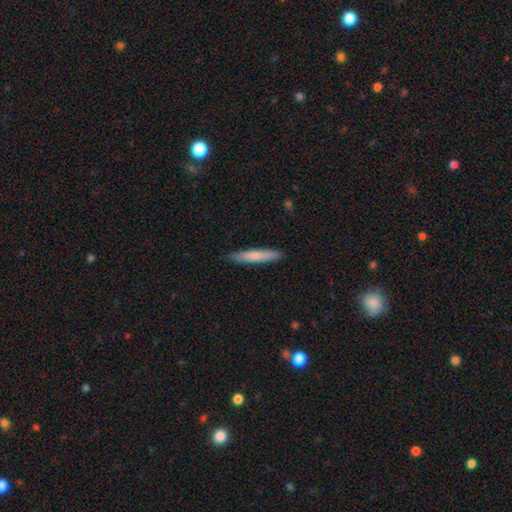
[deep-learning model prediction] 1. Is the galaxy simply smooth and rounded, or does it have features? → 75% smooth, 20% featured or disk, 5% star or artifact.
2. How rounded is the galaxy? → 94% cigar-shaped, 5% in between, 1% round.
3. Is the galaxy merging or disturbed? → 90% none, 8% minor disturbance, 1% major disturbance, 1% merger.